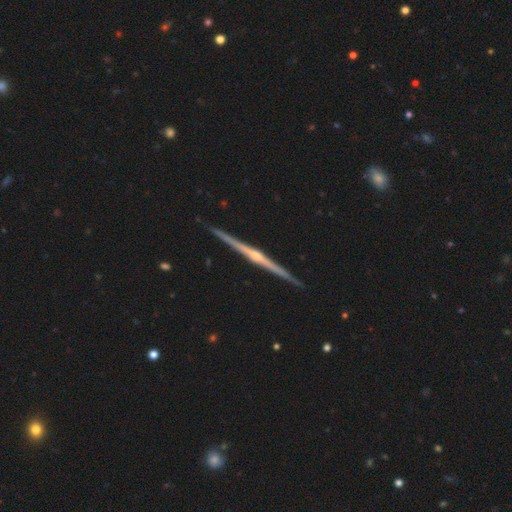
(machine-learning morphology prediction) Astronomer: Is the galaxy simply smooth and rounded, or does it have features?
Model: featured or disk — 89%.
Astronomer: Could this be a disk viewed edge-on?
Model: yes — 99%.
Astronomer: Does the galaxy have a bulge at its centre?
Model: rounded — 83%.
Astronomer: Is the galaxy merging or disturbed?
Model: none — 93%.